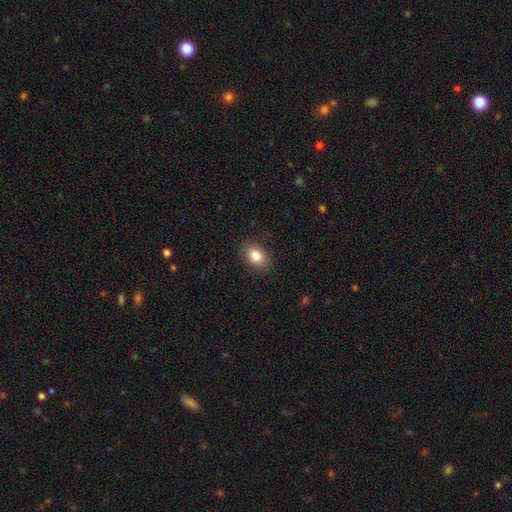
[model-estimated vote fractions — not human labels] smooth 83%, star or artifact 9%, featured or disk 8%. Down the decision tree: how rounded — in between (77%); merging — none (88%).